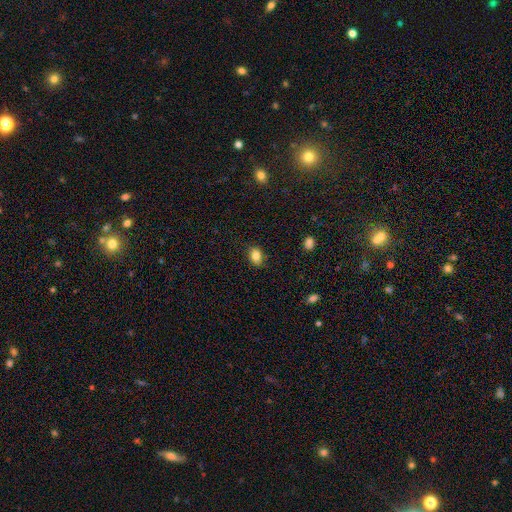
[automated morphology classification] A smooth galaxy with no disk features (83%) that is in between round and cigar-shaped (68%).

Vote fractions:
- Smooth or featured? smooth: 83% / star or artifact: 10% / featured or disk: 7%
- How rounded? in between: 68% / round: 31% / cigar-shaped: 1%
- Merging? none: 83% / minor disturbance: 13% / major disturbance: 3% / merger: 1%